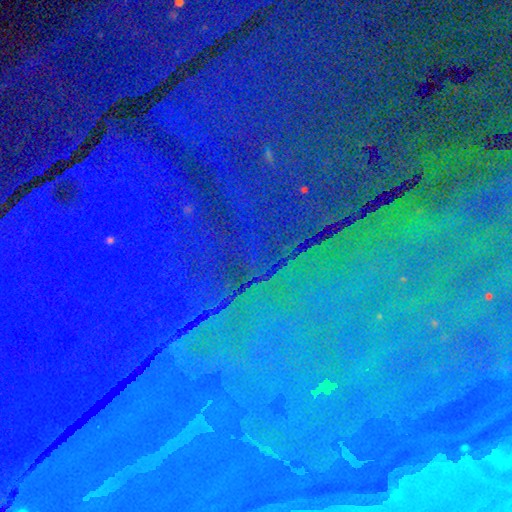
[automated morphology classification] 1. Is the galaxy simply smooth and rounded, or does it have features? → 85% star or artifact, 8% smooth, 7% featured or disk.